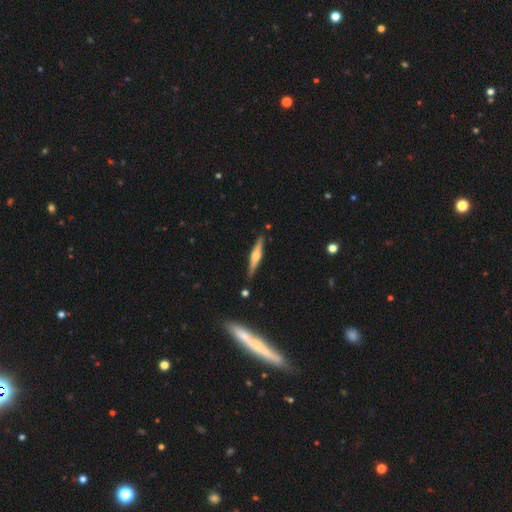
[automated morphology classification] Overall: featured or disk (68%). Edge-on disk: yes (97%). Edge-on bulge: rounded (89%). Merging: none (88%).